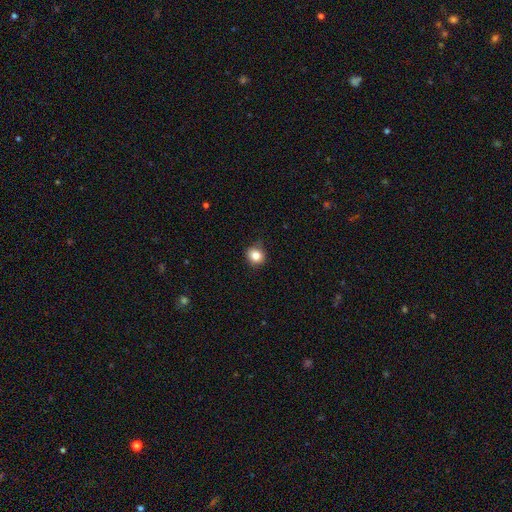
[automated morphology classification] Smooth or featured? Predicted: smooth (p=0.83). How rounded? Predicted: round (p=0.84). Merging? Predicted: none (p=0.85).